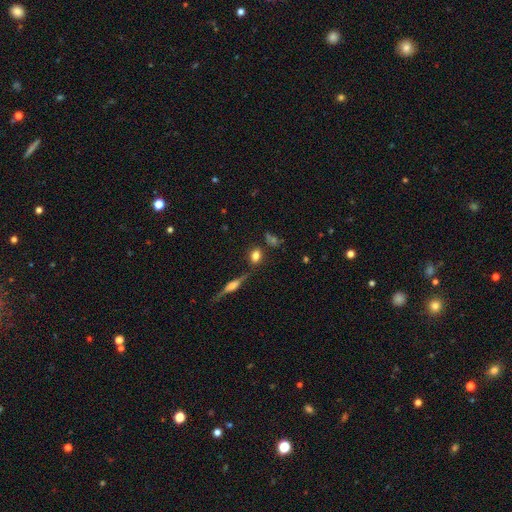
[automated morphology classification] Smooth or featured: smooth — 73% (featured or disk — 15%)
How rounded: in between — 64% (round — 30%)
Merging: none — 72% (minor disturbance — 15%)